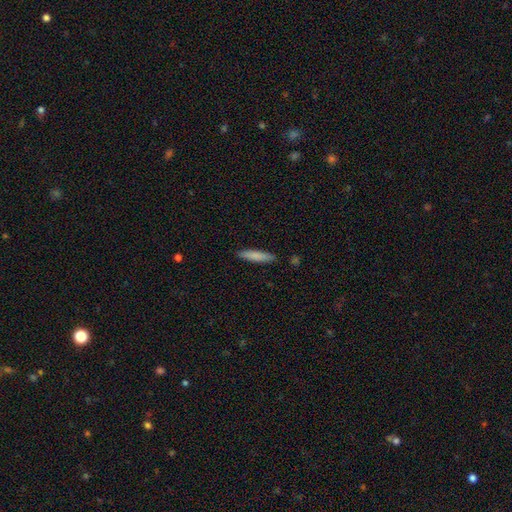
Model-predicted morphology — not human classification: A smooth galaxy with no disk features (82%) that is cigar-shaped (85%). Merging: none (88%).